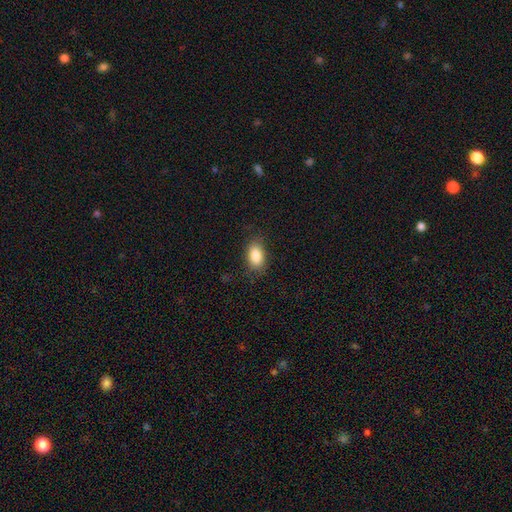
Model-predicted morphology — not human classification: Q: Smooth or featured?
A: smooth (86%); runner-up: star or artifact (8%)
Q: How rounded?
A: in between (90%); runner-up: round (8%)
Q: Merging?
A: none (83%); runner-up: minor disturbance (13%)